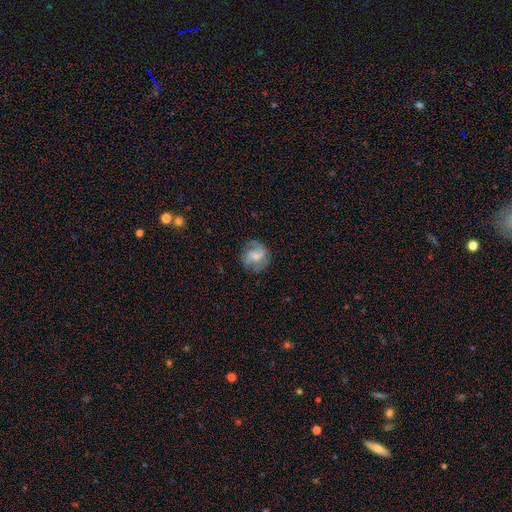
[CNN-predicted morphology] Smooth or featured? featured or disk (50%)
Edge-on disk? no (97%)
Merging? none (65%)